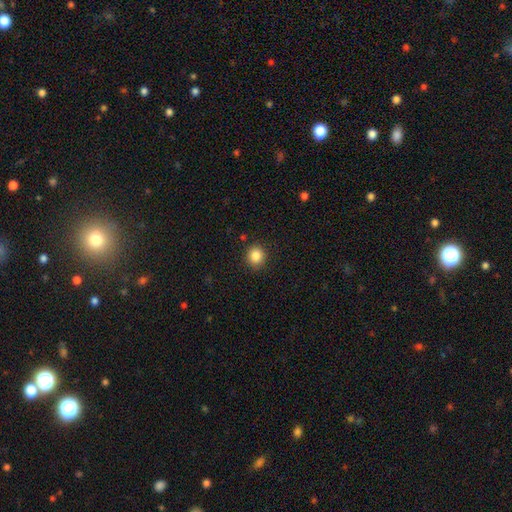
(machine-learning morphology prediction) Smooth or featured: smooth — 86% (star or artifact — 10%)
How rounded: round — 87% (in between — 12%)
Merging: none — 89% (minor disturbance — 7%)